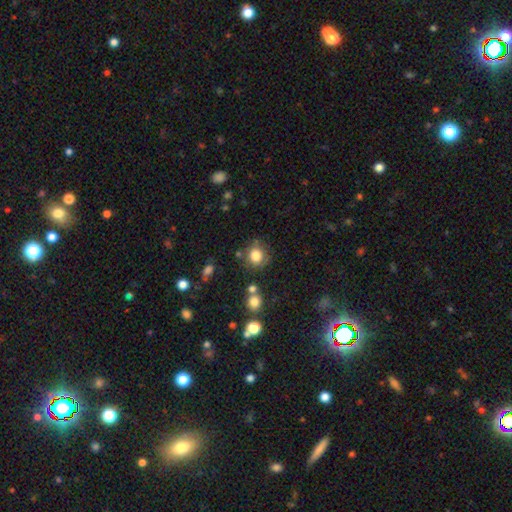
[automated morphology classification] A smooth galaxy with no disk features (83%) that is round (86%). Merging: none (77%).